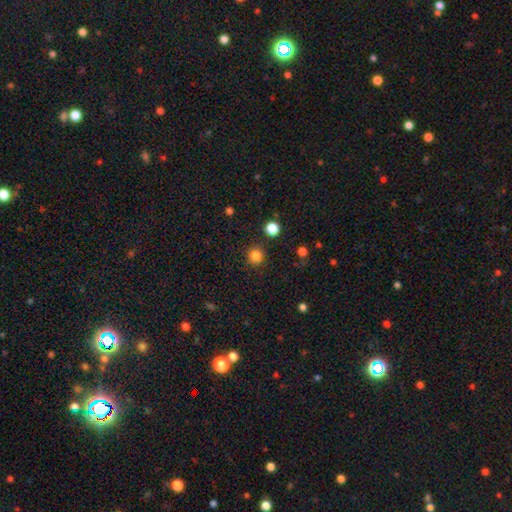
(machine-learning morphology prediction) smooth-or-featured: smooth: 83% | star or artifact: 13% | featured or disk: 4%
  how-rounded: round: 93% | in between: 6% | cigar-shaped: 1%
  merging: none: 90% | minor disturbance: 6% | major disturbance: 2% | merger: 2%